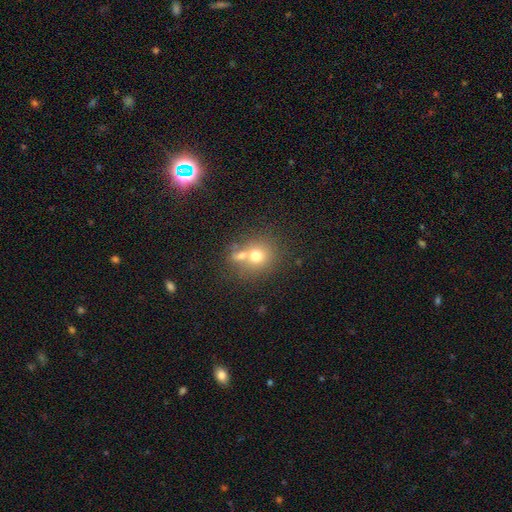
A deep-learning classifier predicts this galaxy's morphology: The model was most divided on "merging": none: 45%, merger: 41%, minor disturbance: 10%, major disturbance: 5%. More confident: how rounded — round (78%); smooth or featured — smooth (69%).